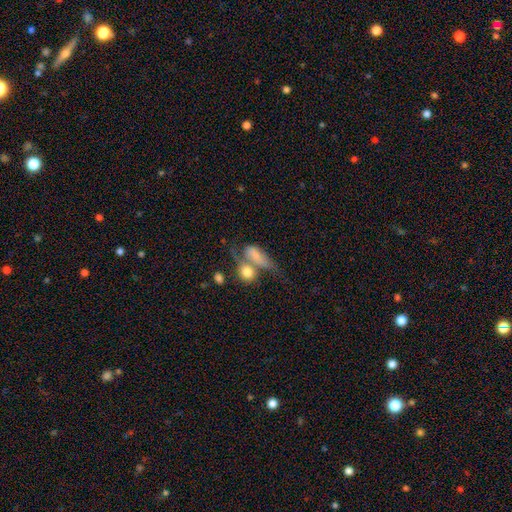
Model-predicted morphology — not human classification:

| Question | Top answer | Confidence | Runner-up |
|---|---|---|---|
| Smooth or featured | smooth | 62% | featured or disk (30%) |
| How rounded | in between | 72% | round (14%) |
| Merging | merger | 51% | none (21%) |